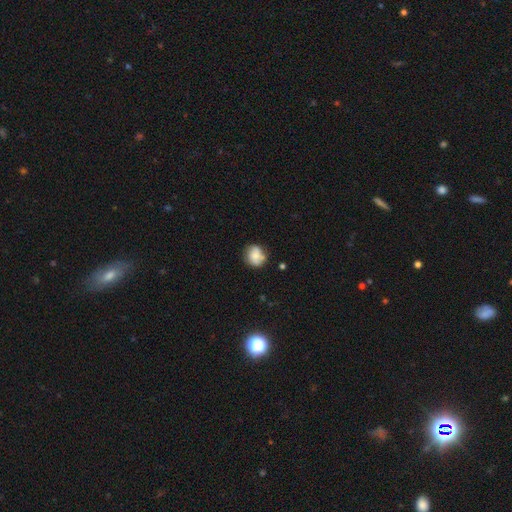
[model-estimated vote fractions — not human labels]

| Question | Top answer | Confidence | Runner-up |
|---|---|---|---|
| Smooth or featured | smooth | 65% | featured or disk (26%) |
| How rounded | round | 77% | in between (22%) |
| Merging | none | 59% | minor disturbance (23%) |